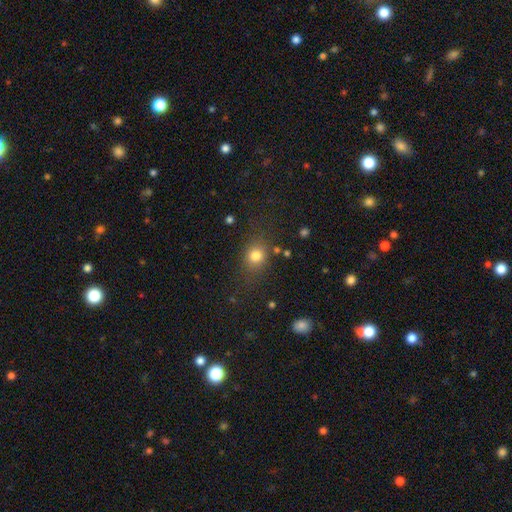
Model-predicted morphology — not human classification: A smooth galaxy with no disk features (79%) that is round (62%).

Vote fractions:
- Smooth or featured? smooth: 79% / star or artifact: 13% / featured or disk: 8%
- How rounded? round: 62% / in between: 36% / cigar-shaped: 2%
- Merging? none: 74% / minor disturbance: 16% / major disturbance: 7% / merger: 4%